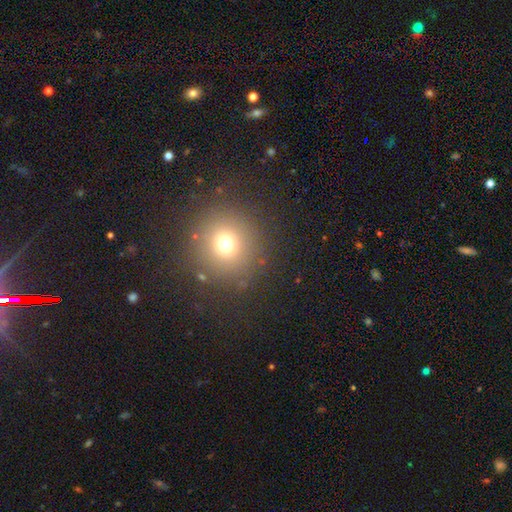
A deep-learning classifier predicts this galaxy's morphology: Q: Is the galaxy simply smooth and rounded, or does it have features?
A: smooth — 65%.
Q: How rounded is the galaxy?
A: round — 93%.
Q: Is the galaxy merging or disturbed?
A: none — 89%.